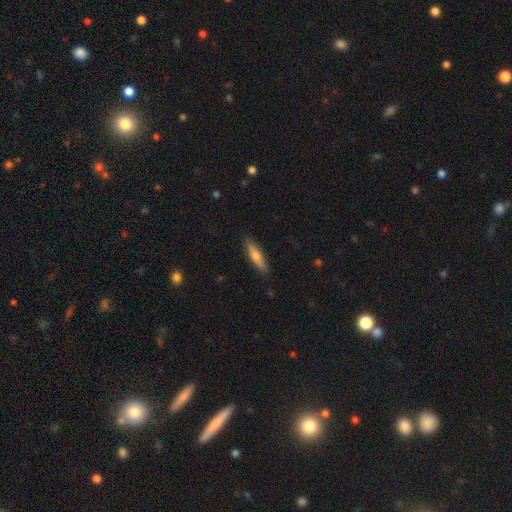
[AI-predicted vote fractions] Smooth or featured? smooth (51%)
How rounded? cigar-shaped (81%)
Merging? none (89%)